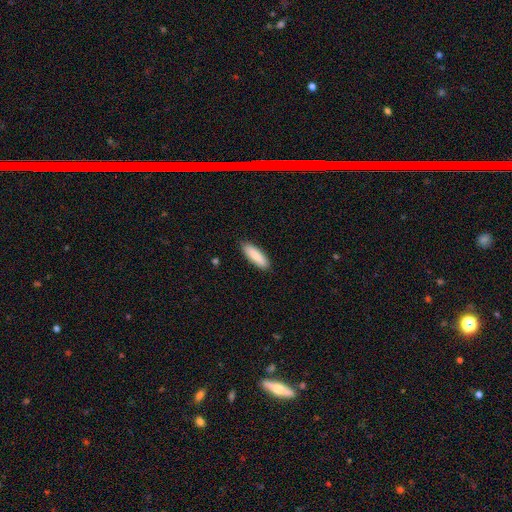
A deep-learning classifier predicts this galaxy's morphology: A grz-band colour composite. It shows a smooth galaxy with no disk features (85%) that is in between round and cigar-shaped (53%). Merging: none (89%).